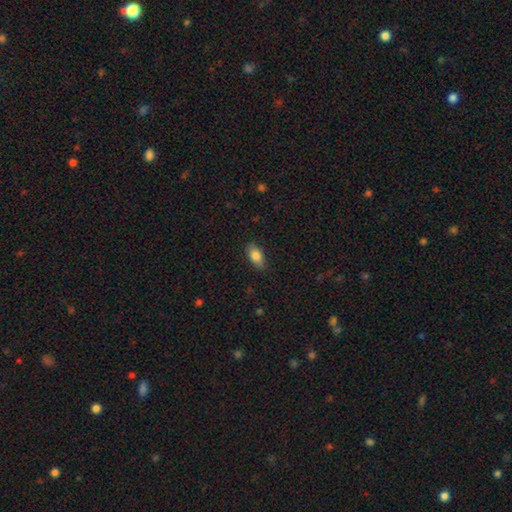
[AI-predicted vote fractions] This appears to be a smooth galaxy with no disk features (83%) that is in between round and cigar-shaped (88%). Merging: none (85%).